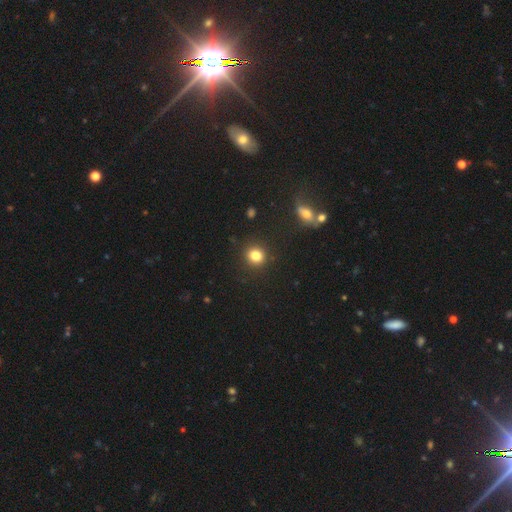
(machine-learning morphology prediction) A smooth galaxy with no disk features (82%) that is round (80%).

Vote fractions:
- Smooth or featured? smooth: 82% / star or artifact: 12% / featured or disk: 6%
- How rounded? round: 80% / in between: 19% / cigar-shaped: 1%
- Merging? none: 89% / minor disturbance: 7% / major disturbance: 2% / merger: 2%